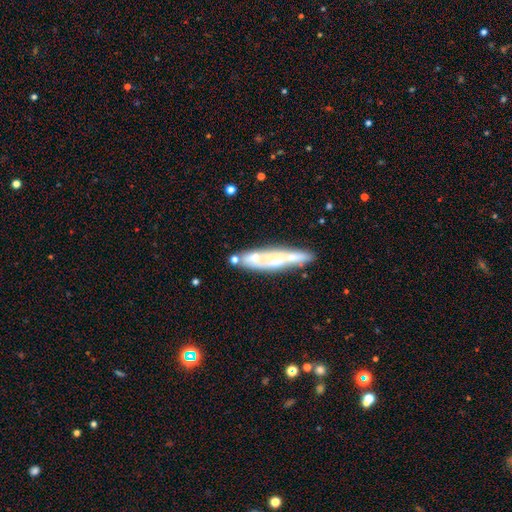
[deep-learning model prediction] featured or disk 47%, smooth 45%, star or artifact 8%. Down the decision tree: merging — none (52%).